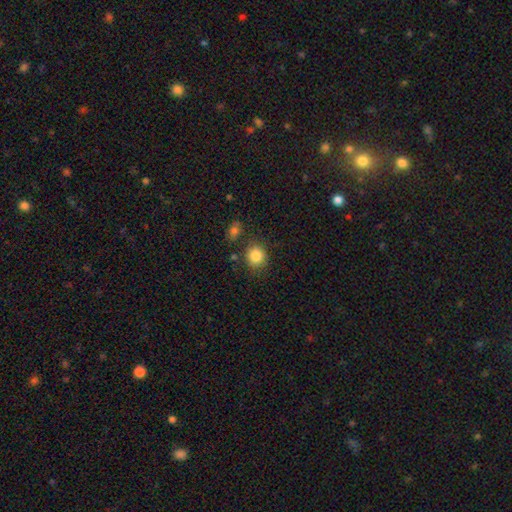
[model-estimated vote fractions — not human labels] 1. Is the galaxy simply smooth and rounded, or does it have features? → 85% smooth, 9% star or artifact, 5% featured or disk.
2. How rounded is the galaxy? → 82% round, 17% in between, 1% cigar-shaped.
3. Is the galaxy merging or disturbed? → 80% none, 11% minor disturbance, 5% merger, 3% major disturbance.